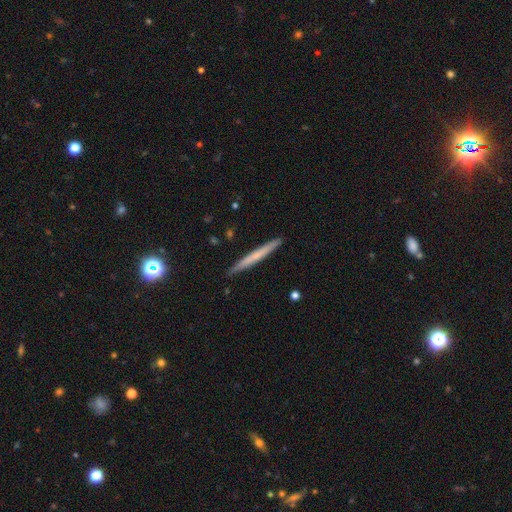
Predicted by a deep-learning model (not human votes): Morphology: type=smooth (52%); roundness=cigar-shaped (97%); merging=none (91%).